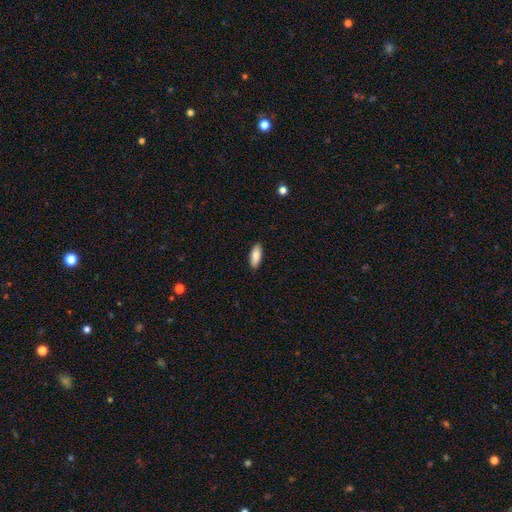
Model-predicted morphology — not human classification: A smooth galaxy with no disk features (86%) that is in between round and cigar-shaped (74%). Merging: none (89%).